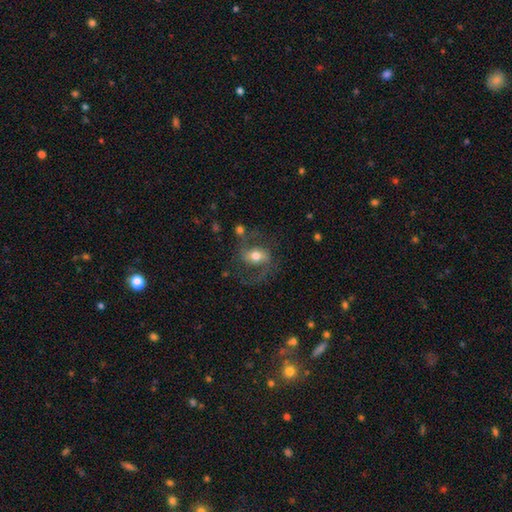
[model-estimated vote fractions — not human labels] The model was most divided on "spiral winding": medium: 46%, loose: 45%, tight: 9%. Remaining: edge-on disk — no (96%); spiral arms — yes (88%); spiral arm count — 2 (87%); bulge size — moderate (70%); smooth or featured — featured or disk (69%); merging — none (58%); bar — weak (41%).